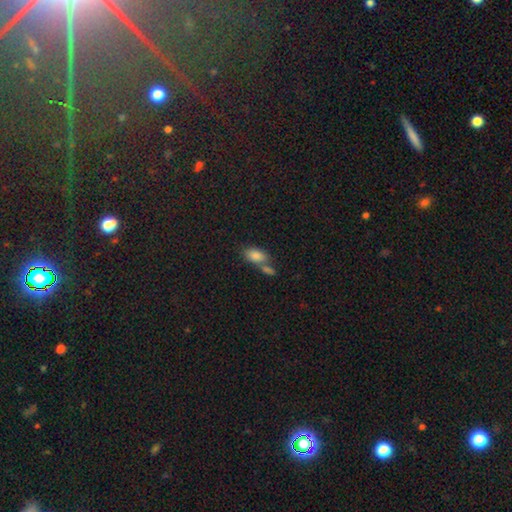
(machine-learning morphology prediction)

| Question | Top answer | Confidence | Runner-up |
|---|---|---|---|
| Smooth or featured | smooth | 83% | star or artifact (9%) |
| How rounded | in between | 90% | round (6%) |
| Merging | merger | 44% | none (39%) |